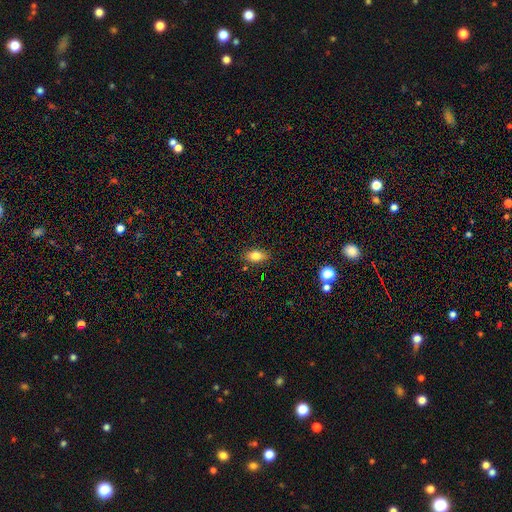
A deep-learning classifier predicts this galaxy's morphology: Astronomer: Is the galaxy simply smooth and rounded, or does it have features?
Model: smooth — 80%.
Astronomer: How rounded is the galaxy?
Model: in between — 86%.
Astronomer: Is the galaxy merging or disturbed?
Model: none — 84%.